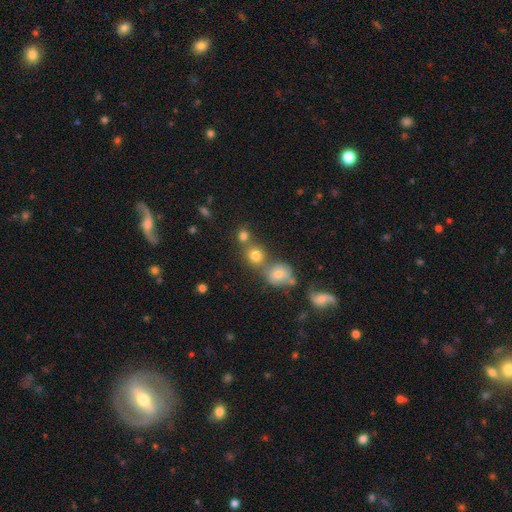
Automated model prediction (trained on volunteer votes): Smooth or featured? smooth (72%)
How rounded? round (83%)
Merging? none (54%)